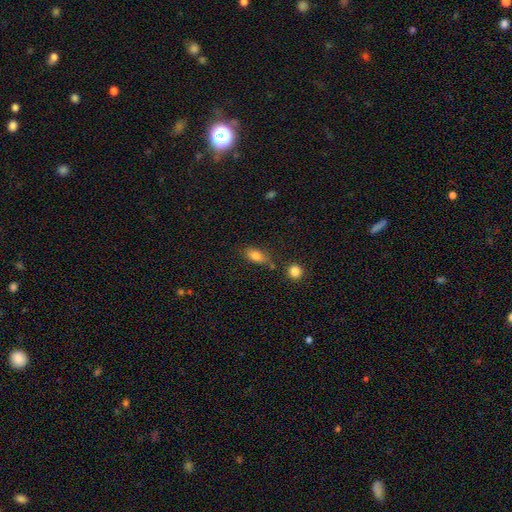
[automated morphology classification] A smooth galaxy with no disk features (81%) that is in between round and cigar-shaped (85%).

Vote fractions:
- Smooth or featured? smooth: 81% / featured or disk: 10% / star or artifact: 9%
- How rounded? in between: 85% / round: 8% / cigar-shaped: 7%
- Merging? none: 67% / minor disturbance: 19% / merger: 9% / major disturbance: 5%